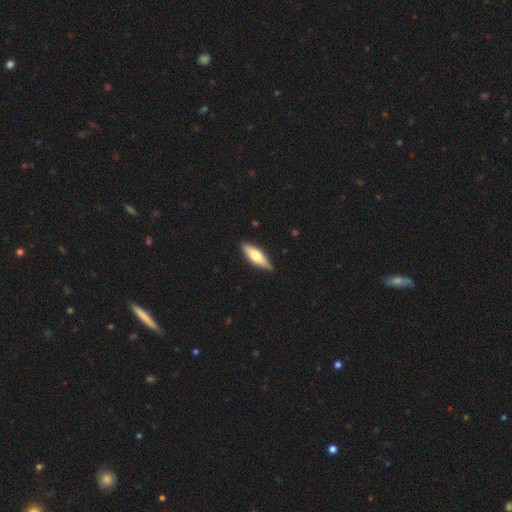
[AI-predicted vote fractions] Smooth or featured?
  - smooth: 58% *
  - featured or disk: 37%
  - star or artifact: 5%
How rounded?
  - cigar-shaped: 50% *
  - in between: 48%
  - round: 2%
Merging?
  - none: 86% *
  - minor disturbance: 11%
  - major disturbance: 2%
  - merger: 1%